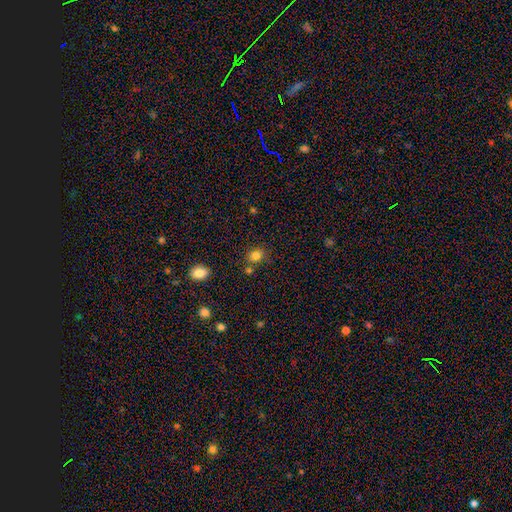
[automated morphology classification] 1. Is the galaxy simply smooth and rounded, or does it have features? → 81% smooth, 13% star or artifact, 6% featured or disk.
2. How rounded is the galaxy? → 71% round, 28% in between, 1% cigar-shaped.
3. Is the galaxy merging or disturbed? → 70% none, 14% minor disturbance, 12% merger, 4% major disturbance.